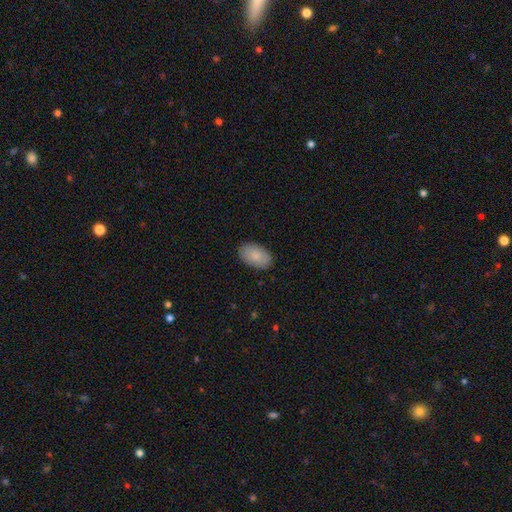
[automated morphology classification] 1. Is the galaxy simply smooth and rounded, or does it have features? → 86% smooth, 8% featured or disk, 6% star or artifact.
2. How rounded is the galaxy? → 93% in between, 5% round, 1% cigar-shaped.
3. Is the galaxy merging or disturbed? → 88% none, 9% minor disturbance, 2% major disturbance, 1% merger.